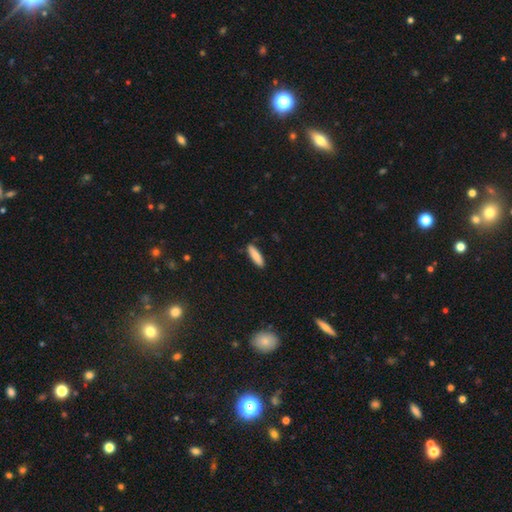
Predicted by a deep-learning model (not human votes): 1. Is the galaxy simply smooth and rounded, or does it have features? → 82% smooth, 12% featured or disk, 6% star or artifact.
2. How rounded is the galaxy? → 68% cigar-shaped, 30% in between, 2% round.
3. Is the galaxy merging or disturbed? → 87% none, 10% minor disturbance, 2% major disturbance, 1% merger.